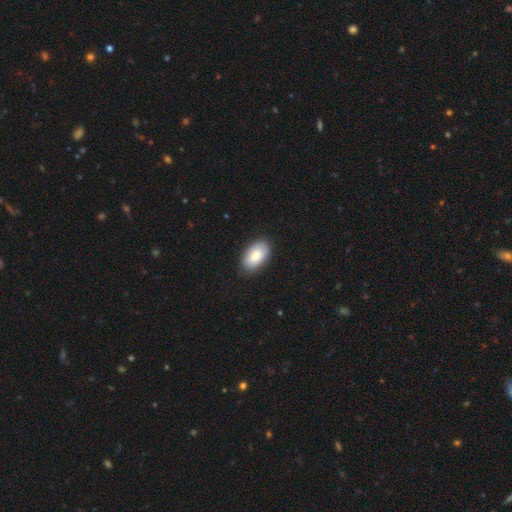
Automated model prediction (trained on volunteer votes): smooth-or-featured: smooth: 80% | featured or disk: 14% | star or artifact: 6%
  how-rounded: in between: 94% | round: 5% | cigar-shaped: 1%
  merging: none: 85% | minor disturbance: 11% | major disturbance: 2% | merger: 1%